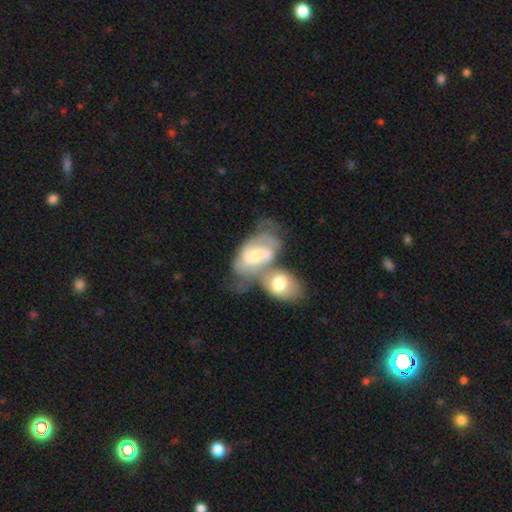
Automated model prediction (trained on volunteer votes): Morphology: type=featured or disk (65%); edge-on=no (95%); bar=weak (43%); spiral arms=yes (78%); bulge=moderate (45%); merging=merger (61%).